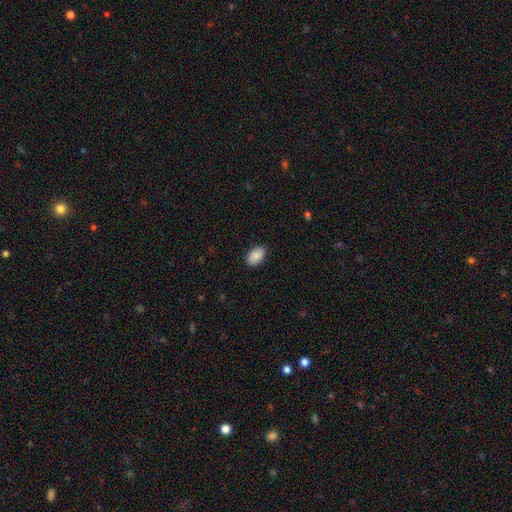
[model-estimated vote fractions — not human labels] A smooth galaxy with no disk features (87%) that is in between round and cigar-shaped (93%).

Vote fractions:
- Smooth or featured? smooth: 87% / star or artifact: 7% / featured or disk: 6%
- How rounded? in between: 93% / round: 6% / cigar-shaped: 1%
- Merging? none: 87% / minor disturbance: 10% / major disturbance: 2% / merger: 1%